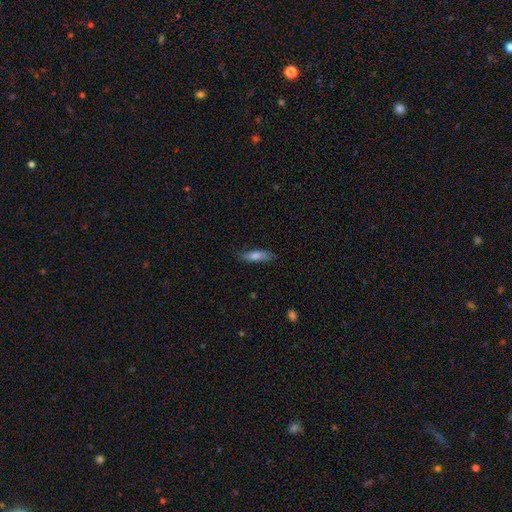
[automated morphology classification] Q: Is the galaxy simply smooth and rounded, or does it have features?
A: smooth — 73%.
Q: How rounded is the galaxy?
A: cigar-shaped — 63%.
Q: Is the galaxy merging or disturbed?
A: none — 81%.